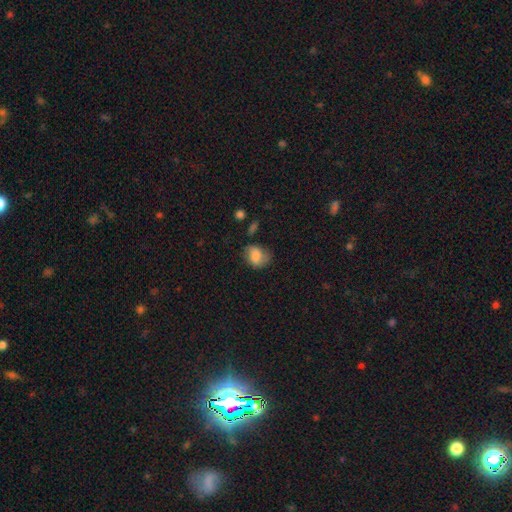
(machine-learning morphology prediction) type=smooth (76%); roundness=in between (58%); merging=none (54%).